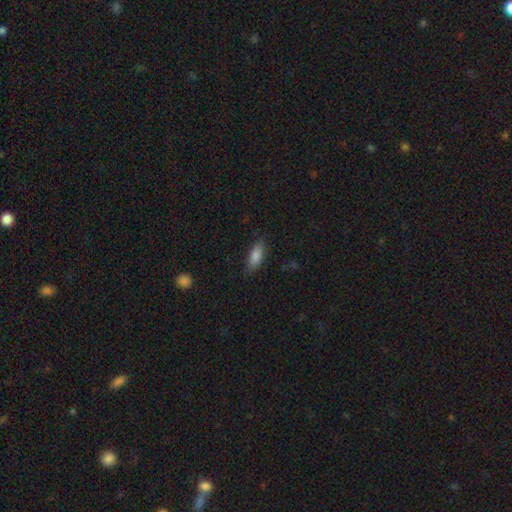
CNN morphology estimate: smooth 84%, featured or disk 8%, star or artifact 7%. Down the decision tree: how rounded — in between (76%); merging — none (80%).